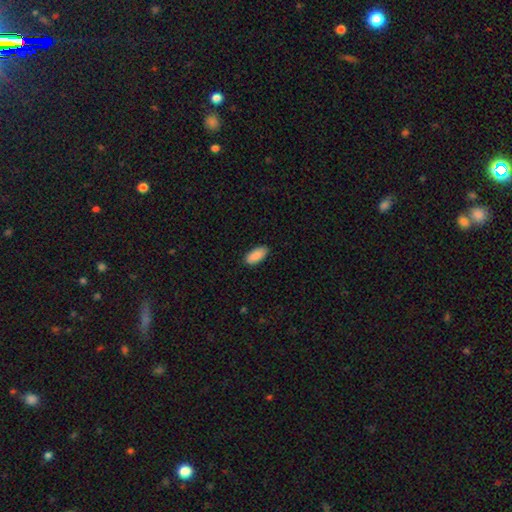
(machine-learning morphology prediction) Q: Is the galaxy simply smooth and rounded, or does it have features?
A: smooth — 91%.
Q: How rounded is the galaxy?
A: in between — 89%.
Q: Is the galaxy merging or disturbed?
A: none — 88%.